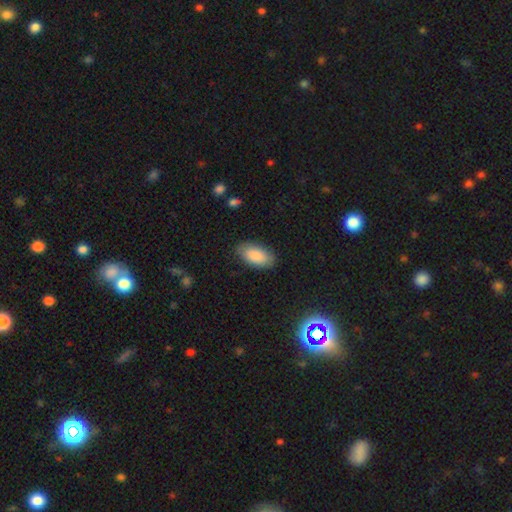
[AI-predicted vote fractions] Morphology: type=smooth (86%); roundness=in between (95%); merging=none (85%).